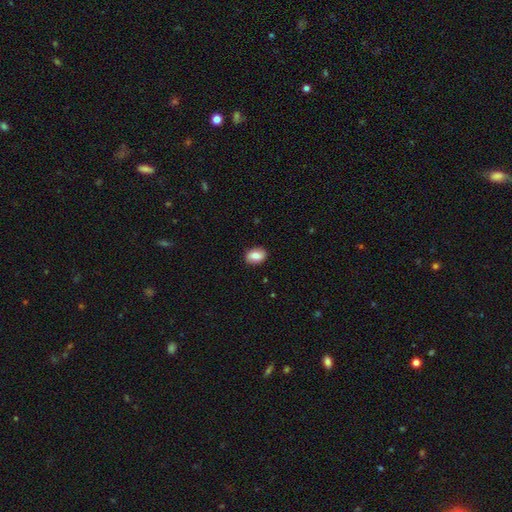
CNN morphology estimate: Smooth or featured: smooth — 82% (featured or disk — 11%)
How rounded: in between — 76% (round — 22%)
Merging: none — 88% (minor disturbance — 9%)